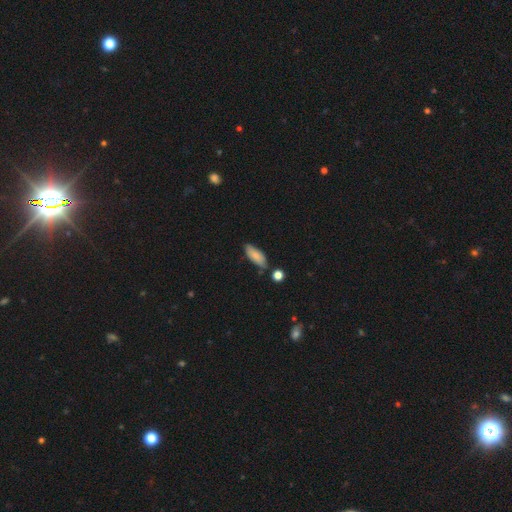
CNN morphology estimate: type=smooth (80%); roundness=in between (75%); merging=none (70%).